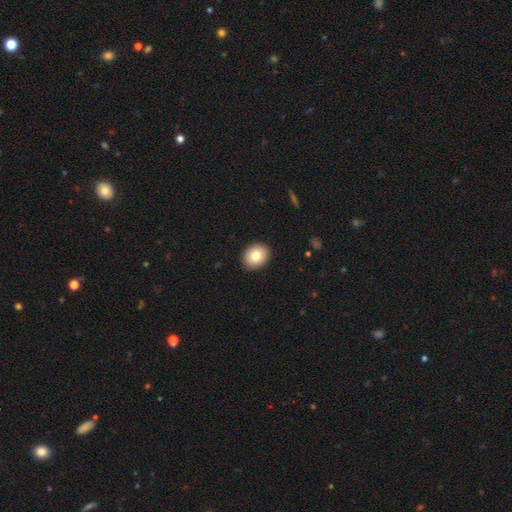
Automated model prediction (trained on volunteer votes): This appears to be a smooth galaxy with no disk features (79%) that is round (59%). Merging: none (90%).